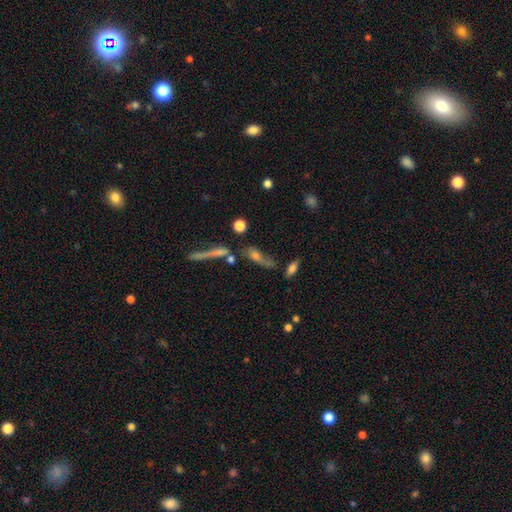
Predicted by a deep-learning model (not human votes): Smooth or featured? smooth (46%)
Merging? none (46%)